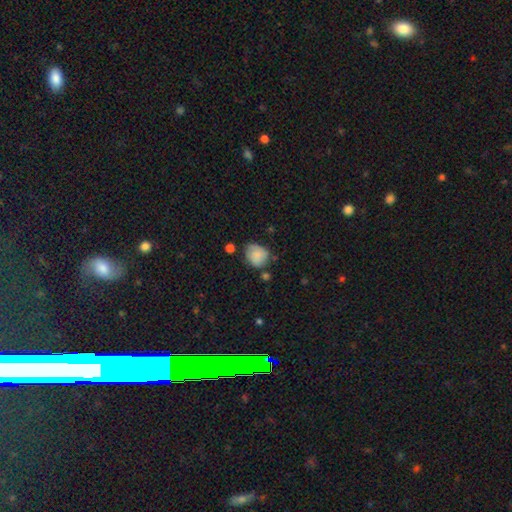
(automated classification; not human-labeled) smooth-or-featured: smooth: 81% | featured or disk: 11% | star or artifact: 8%
  how-rounded: round: 66% | in between: 33% | cigar-shaped: 1%
  merging: none: 55% | minor disturbance: 31% | major disturbance: 8% | merger: 6%